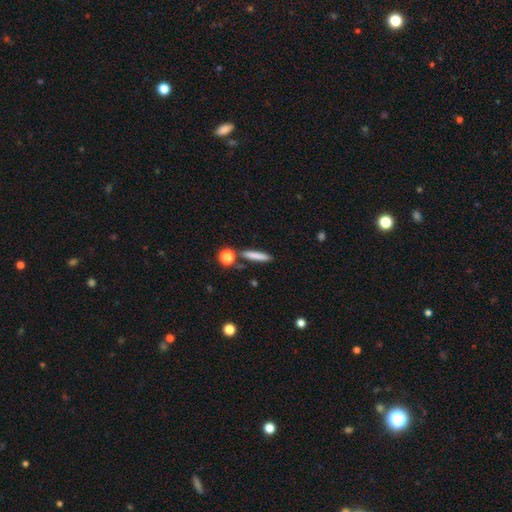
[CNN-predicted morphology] The model was most divided on "smooth or featured": smooth: 79%, featured or disk: 13%, star or artifact: 8%. More confident: how rounded — cigar-shaped (83%); merging — none (79%).